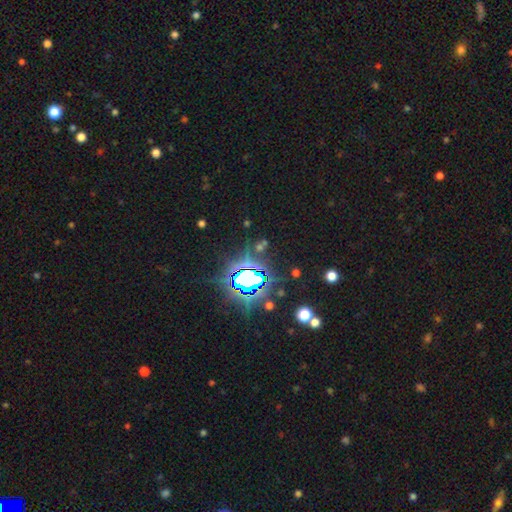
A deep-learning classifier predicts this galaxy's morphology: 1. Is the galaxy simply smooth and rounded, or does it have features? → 84% star or artifact, 10% smooth, 7% featured or disk.